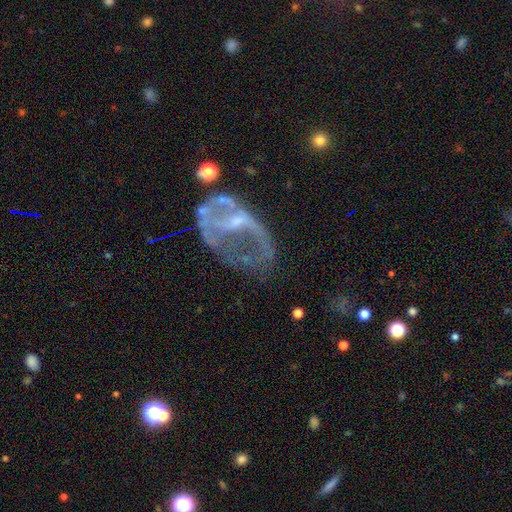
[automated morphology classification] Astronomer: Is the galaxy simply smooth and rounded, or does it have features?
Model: featured or disk — 71%.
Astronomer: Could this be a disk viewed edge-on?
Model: no — 95%.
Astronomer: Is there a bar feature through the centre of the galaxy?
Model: no — 49% (runner-up: weak, 33%).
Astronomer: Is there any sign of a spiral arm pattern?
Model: no — 58% (runner-up: yes, 42%).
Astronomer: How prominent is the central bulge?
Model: small — 51% (runner-up: none, 31%).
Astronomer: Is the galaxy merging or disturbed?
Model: major disturbance — 41% (runner-up: none, 31%).